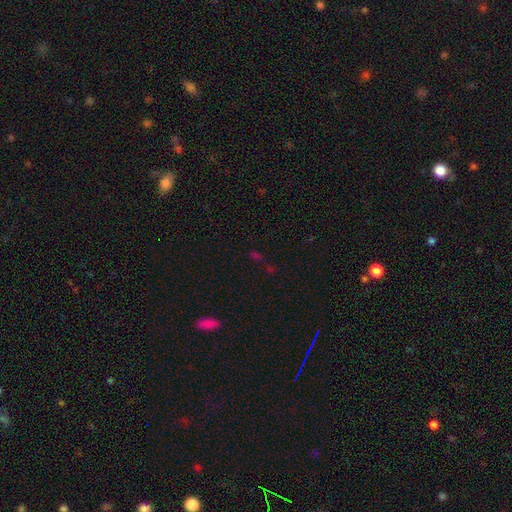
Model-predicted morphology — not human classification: The model was most divided on "smooth or featured": star or artifact: 55%, smooth: 36%, featured or disk: 10%.